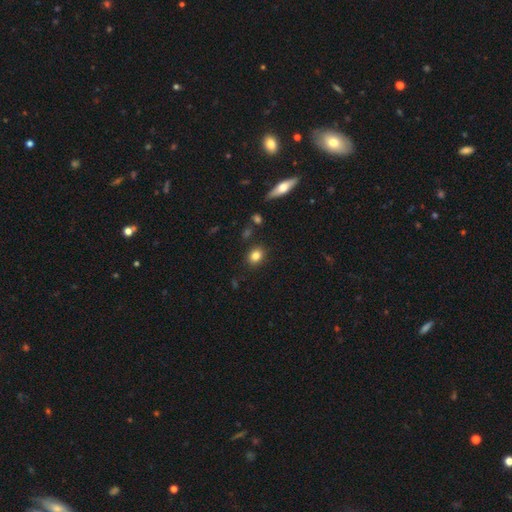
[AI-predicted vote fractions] A smooth galaxy with no disk features (83%) that is round (53%).

Vote fractions:
- Smooth or featured? smooth: 83% / star or artifact: 10% / featured or disk: 7%
- How rounded? round: 53% / in between: 45% / cigar-shaped: 2%
- Merging? none: 87% / minor disturbance: 9% / major disturbance: 2% / merger: 2%